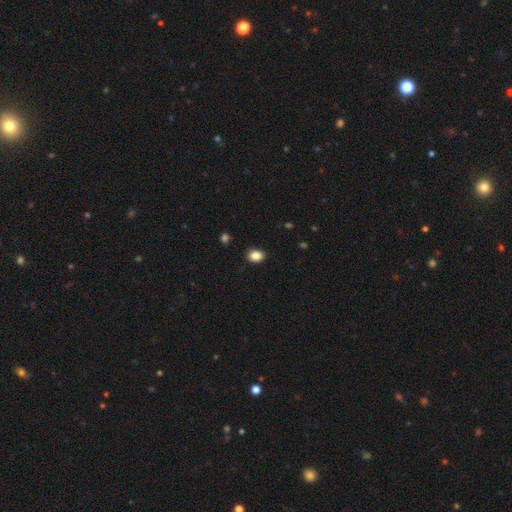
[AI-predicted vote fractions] Smooth or featured: smooth — 87% (star or artifact — 9%)
How rounded: in between — 65% (round — 34%)
Merging: none — 87% (minor disturbance — 10%)